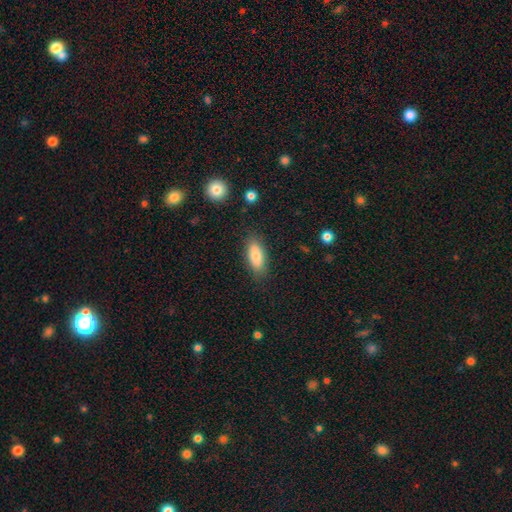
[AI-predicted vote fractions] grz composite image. It shows a smooth galaxy with no disk features (82%) that is in between round and cigar-shaped (80%). Merging: none (84%).